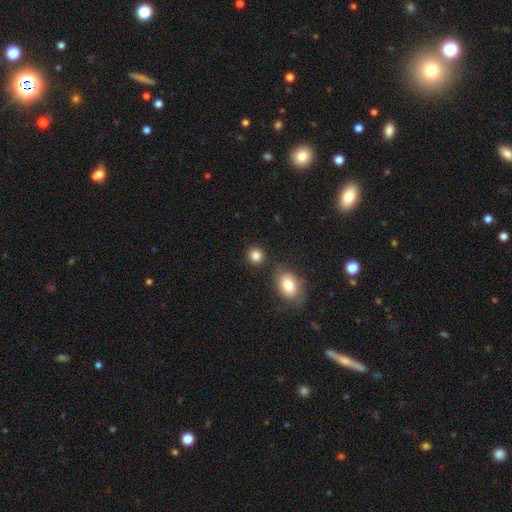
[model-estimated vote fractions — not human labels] Smooth or featured? Predicted: smooth (p=0.85). How rounded? Predicted: round (p=0.84). Merging? Predicted: none (p=0.79).